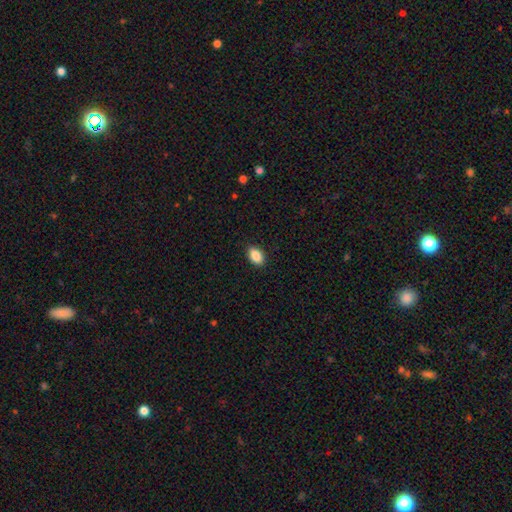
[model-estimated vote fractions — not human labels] smooth 89%, star or artifact 8%, featured or disk 4%. Down the decision tree: how rounded — in between (90%); merging — none (89%).